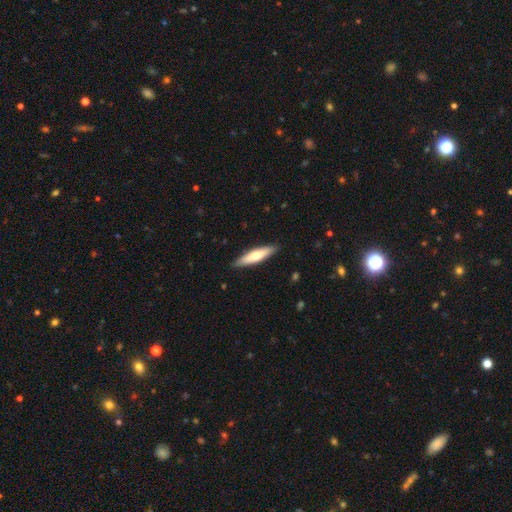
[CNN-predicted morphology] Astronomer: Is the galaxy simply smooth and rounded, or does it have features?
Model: smooth — 64%.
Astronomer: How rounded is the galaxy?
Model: cigar-shaped — 78%.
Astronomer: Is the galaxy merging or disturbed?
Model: none — 89%.